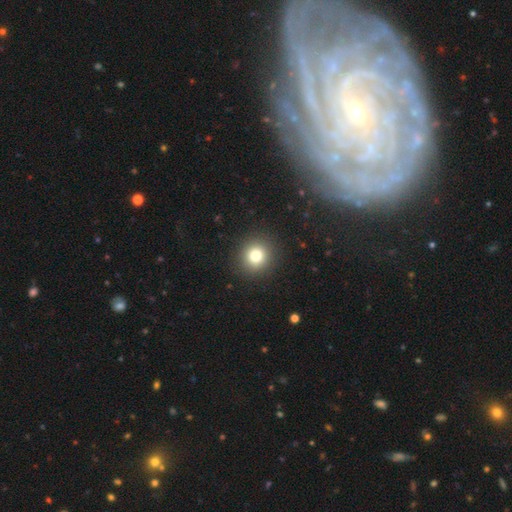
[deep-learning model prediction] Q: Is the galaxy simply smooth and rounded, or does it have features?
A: smooth — 80%.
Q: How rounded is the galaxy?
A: round — 89%.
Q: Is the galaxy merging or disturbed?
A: none — 90%.